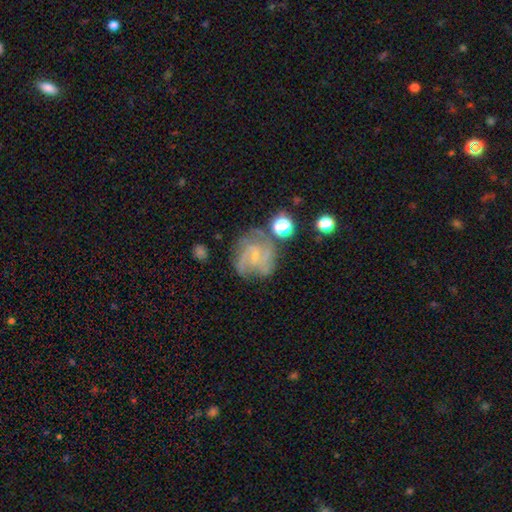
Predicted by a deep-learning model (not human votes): Q: Smooth or featured?
A: featured or disk (78%); runner-up: smooth (13%)
Q: Edge-on disk?
A: no (98%); runner-up: yes (2%)
Q: Bar?
A: no (48%); runner-up: weak (43%)
Q: Spiral arms?
A: yes (93%); runner-up: no (7%)
Q: Spiral winding?
A: medium (49%); runner-up: tight (33%)
Q: Spiral arm count?
A: 2 (30%); runner-up: 3 (29%)
Q: Bulge size?
A: small (75%); runner-up: moderate (14%)
Q: Merging?
A: none (61%); runner-up: minor disturbance (20%)